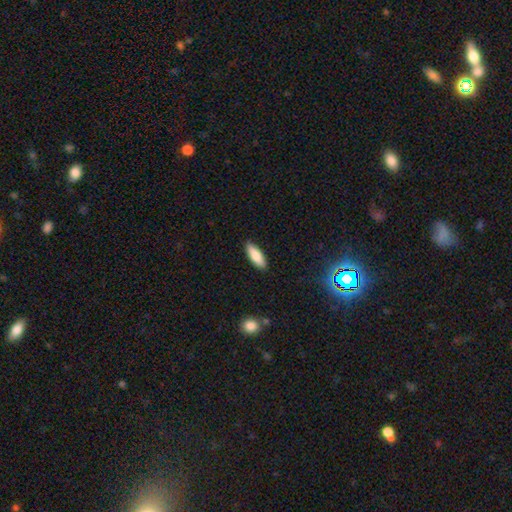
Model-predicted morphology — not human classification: This is clearly a smooth galaxy (83%). How rounded: likely in between (62%). Merging: clearly none (88%).